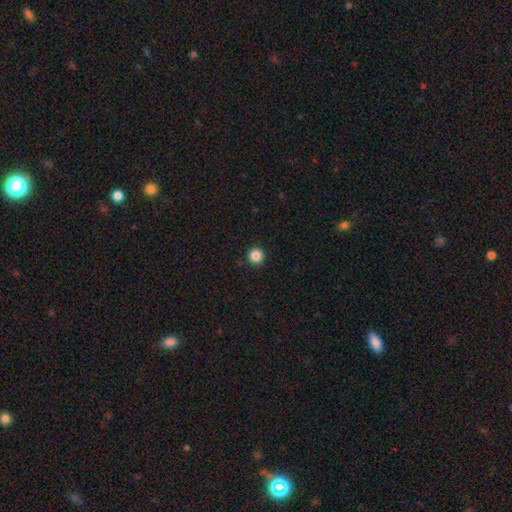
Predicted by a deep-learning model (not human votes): This is clearly a smooth galaxy (86%). How rounded: clearly round (96%). Merging: clearly none (93%).